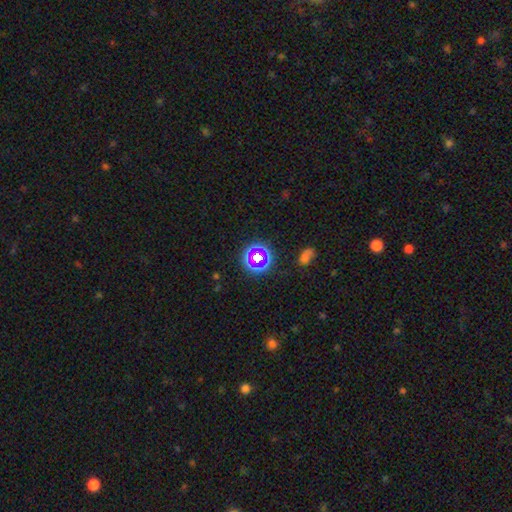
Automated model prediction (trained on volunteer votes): This appears to be a star or artifact, not a galaxy (48%).